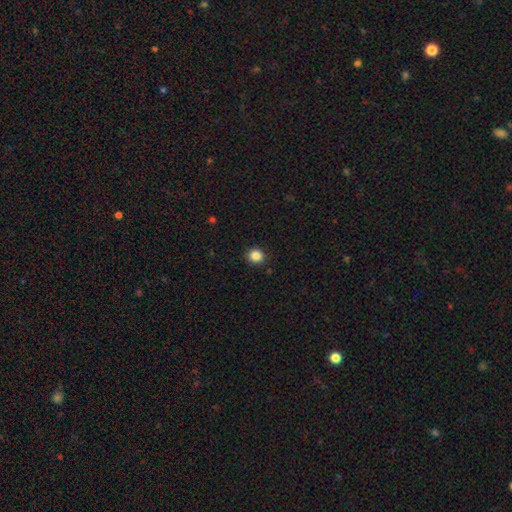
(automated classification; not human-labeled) Smooth or featured? smooth (86%)
How rounded? round (87%)
Merging? none (90%)